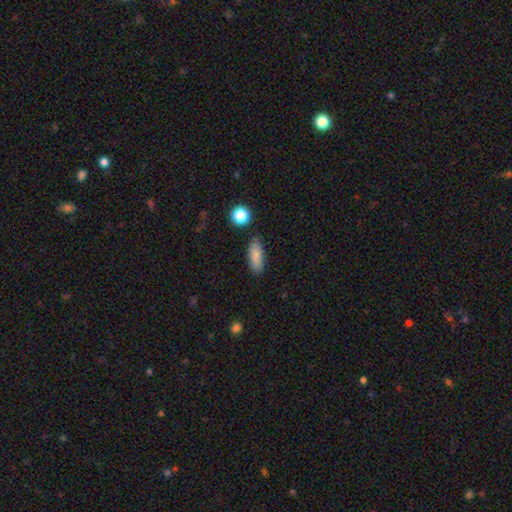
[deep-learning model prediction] Overall: smooth (85%). How rounded: in between (74%). Merging: none (82%).